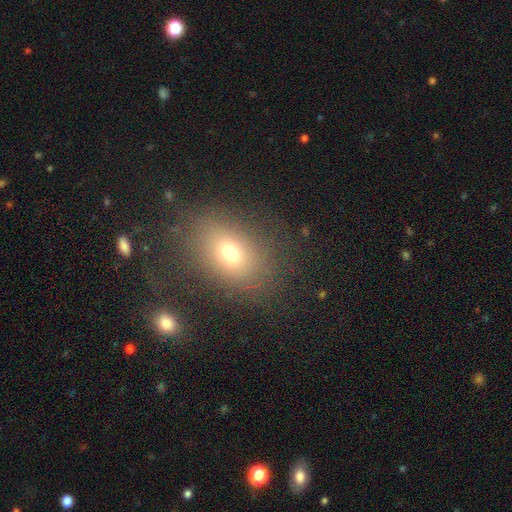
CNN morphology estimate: smooth-or-featured: smooth: 64% | star or artifact: 23% | featured or disk: 13%
  how-rounded: in between: 69% | round: 29% | cigar-shaped: 2%
  merging: none: 83% | minor disturbance: 10% | major disturbance: 4% | merger: 3%